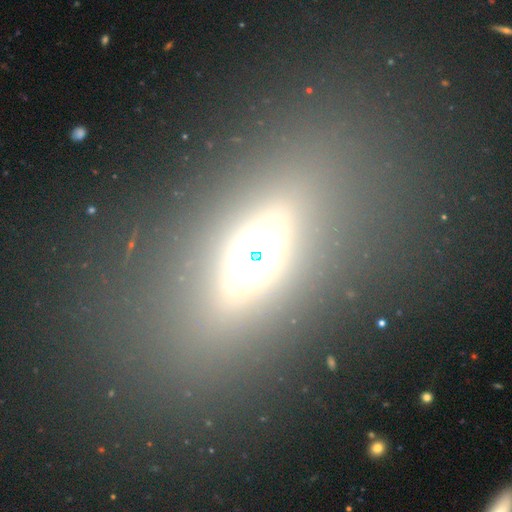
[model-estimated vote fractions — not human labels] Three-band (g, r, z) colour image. It shows a smooth galaxy with no disk features (40%). Merging: none (82%).